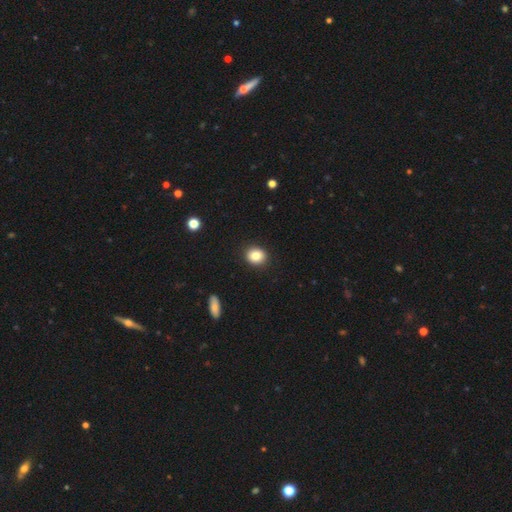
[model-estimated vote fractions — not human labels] Q: Smooth or featured?
A: smooth (84%); runner-up: star or artifact (9%)
Q: How rounded?
A: round (68%); runner-up: in between (31%)
Q: Merging?
A: none (90%); runner-up: minor disturbance (7%)